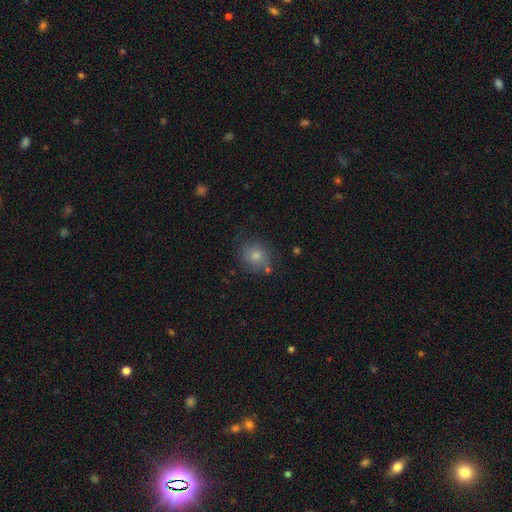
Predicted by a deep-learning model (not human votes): Smooth or featured? Predicted: smooth (p=0.78). How rounded? Predicted: round (p=0.70). Merging? Predicted: none (p=0.70).